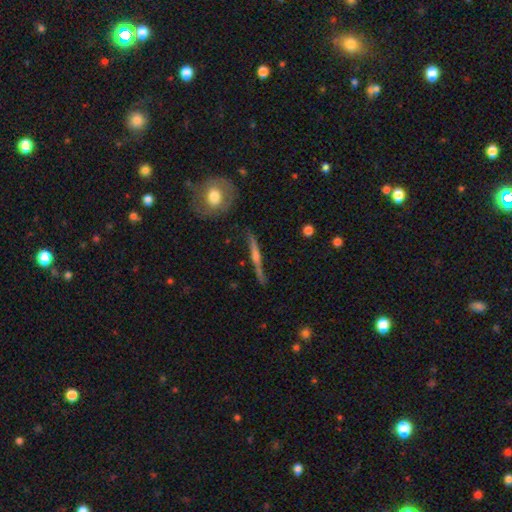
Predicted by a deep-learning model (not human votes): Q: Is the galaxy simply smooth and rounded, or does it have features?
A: featured or disk — 70%.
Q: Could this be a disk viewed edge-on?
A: yes — 96%.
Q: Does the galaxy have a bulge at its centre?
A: rounded — 60%.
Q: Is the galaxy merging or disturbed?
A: none — 84%.